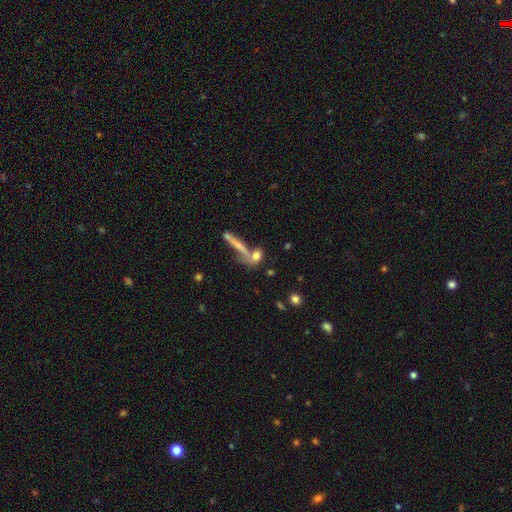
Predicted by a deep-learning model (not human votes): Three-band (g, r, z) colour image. It shows a smooth galaxy with no disk features (65%) that is cigar-shaped (39%). Merging: none (49%).